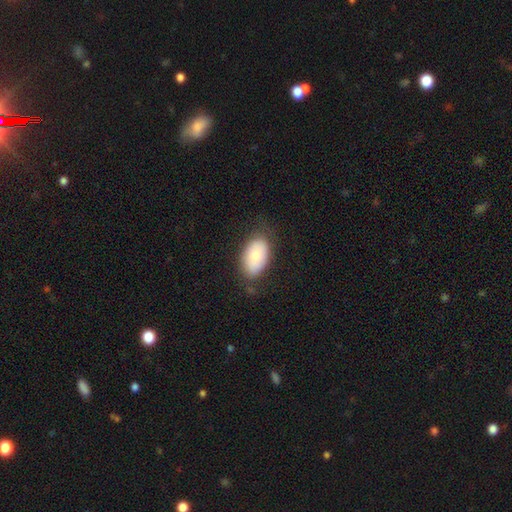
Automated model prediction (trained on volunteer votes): smooth-or-featured: smooth: 78% | featured or disk: 16% | star or artifact: 6%
  how-rounded: in between: 93% | round: 5% | cigar-shaped: 1%
  merging: none: 70% | minor disturbance: 22% | major disturbance: 6% | merger: 2%